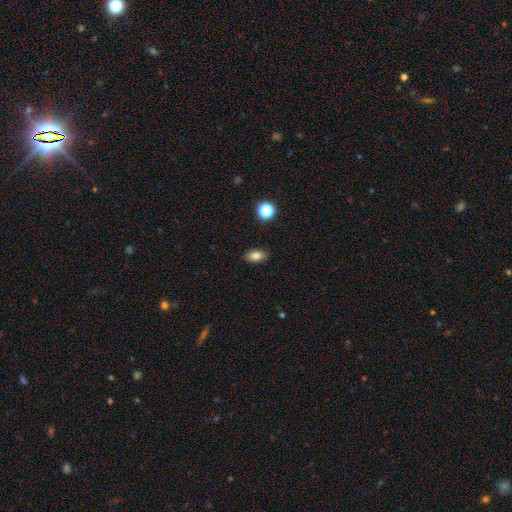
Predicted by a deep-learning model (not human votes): Overall: smooth (81%). How rounded: in between (87%). Merging: none (89%).